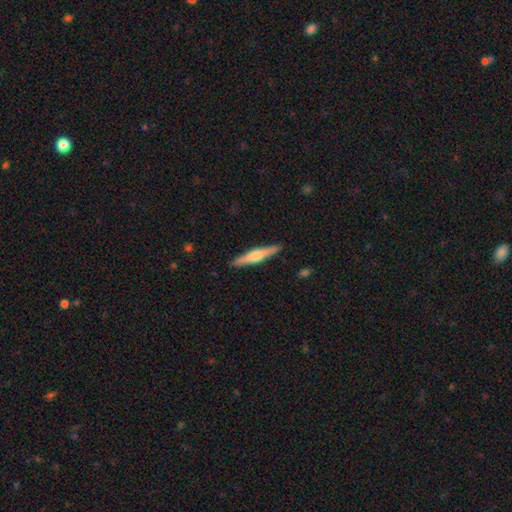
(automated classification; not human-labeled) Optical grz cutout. It shows a featured or disk galaxy (54%) viewed edge-on (97%) with a rounded central bulge (76%). Merging: none (90%).